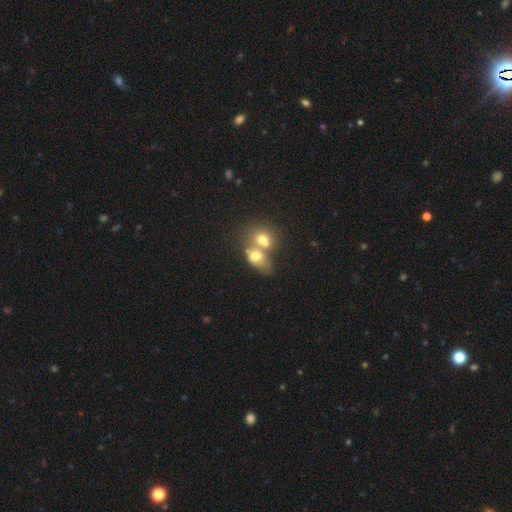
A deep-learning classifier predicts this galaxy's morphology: Smooth or featured: smooth — 64% (featured or disk — 25%)
How rounded: in between — 55% (round — 44%)
Merging: merger — 73% (none — 16%)